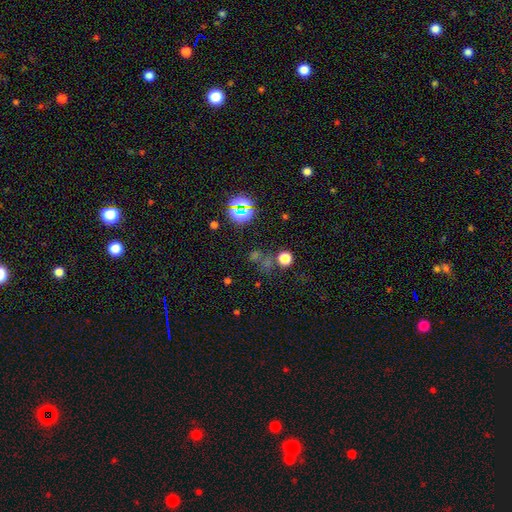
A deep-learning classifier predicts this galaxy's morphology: A star or artifact, not a galaxy (54%).

Vote fractions:
- Smooth or featured? star or artifact: 54% / smooth: 37% / featured or disk: 9%